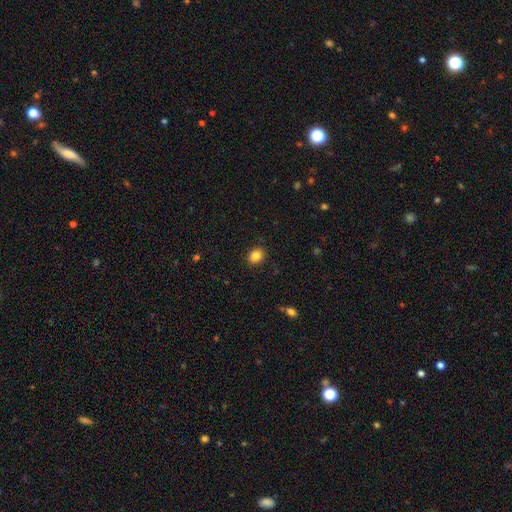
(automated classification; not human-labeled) Smooth or featured? Predicted: smooth (p=0.86). How rounded? Predicted: in between (p=0.52). Merging? Predicted: none (p=0.89).